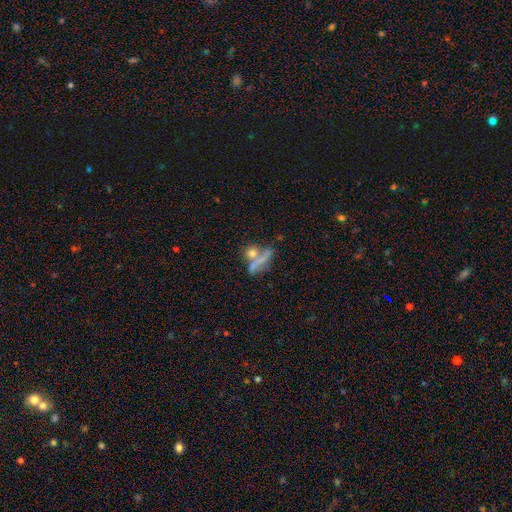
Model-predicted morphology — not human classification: smooth-or-featured: smooth: 53% | featured or disk: 33% | star or artifact: 14%
  how-rounded: round: 41% (tied) | in between: 41% (tied) | cigar-shaped: 18%
  merging: merger: 41% | none: 31% | major disturbance: 15% | minor disturbance: 13%